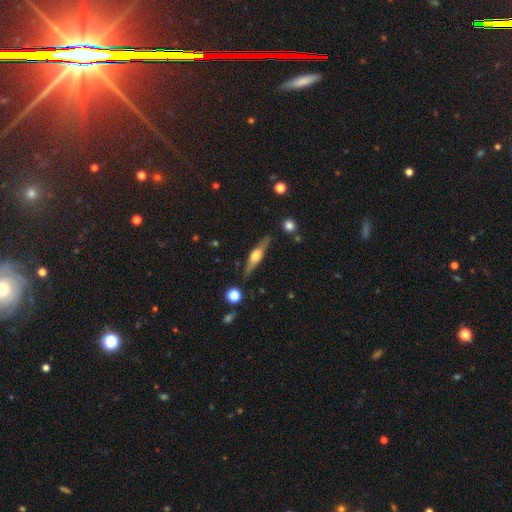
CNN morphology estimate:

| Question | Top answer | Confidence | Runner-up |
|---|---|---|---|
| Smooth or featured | featured or disk | 65% | smooth (29%) |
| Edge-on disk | yes | 95% | no (5%) |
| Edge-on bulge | rounded | 91% | boxy (6%) |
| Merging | none | 84% | minor disturbance (11%) |